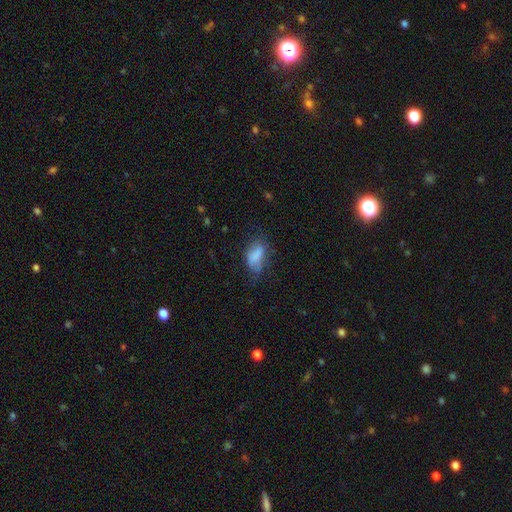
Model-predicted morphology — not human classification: Smooth or featured?
  - smooth: 76% *
  - featured or disk: 15%
  - star or artifact: 9%
How rounded?
  - in between: 89% *
  - round: 6%
  - cigar-shaped: 5%
Merging?
  - none: 45% *
  - minor disturbance: 32%
  - major disturbance: 20%
  - merger: 3%